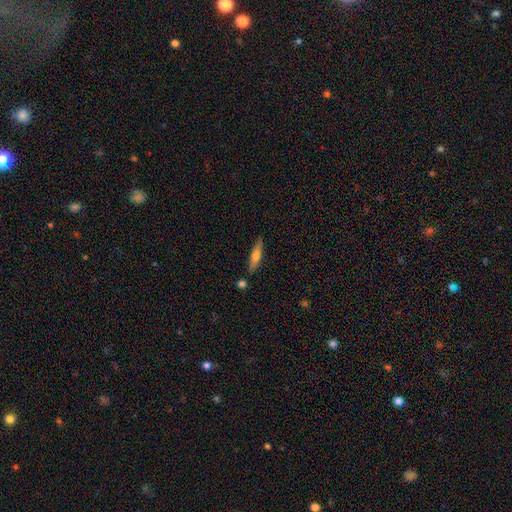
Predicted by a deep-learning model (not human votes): smooth-or-featured: smooth: 54% | featured or disk: 39% | star or artifact: 6%
  how-rounded: cigar-shaped: 82% | in between: 16% | round: 2%
  merging: none: 81% | minor disturbance: 11% | merger: 5% | major disturbance: 2%